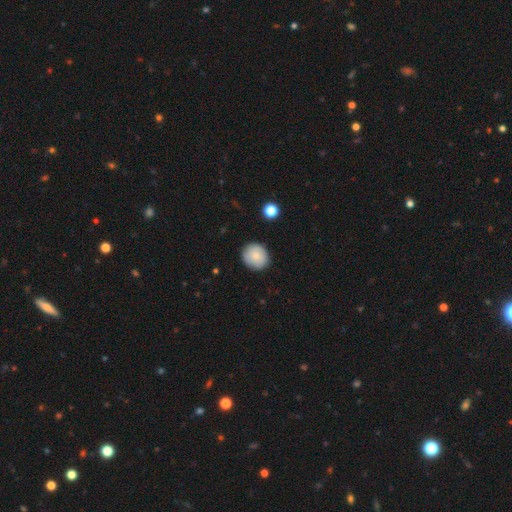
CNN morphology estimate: Overall: smooth (82%). How rounded: round (84%). Merging: none (88%).